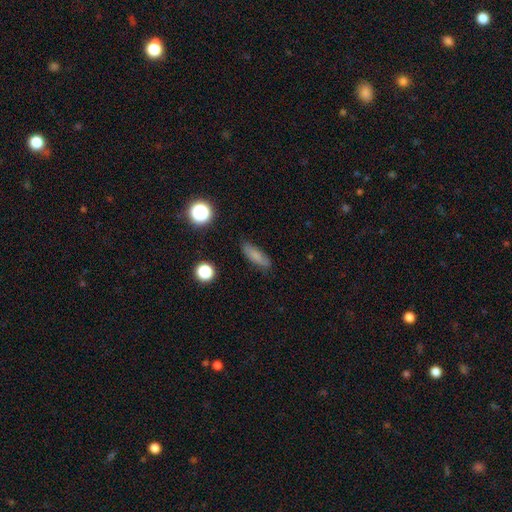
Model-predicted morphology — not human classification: This is likely a smooth galaxy (76%). How rounded: possibly in between (51%). Merging: likely none (79%).